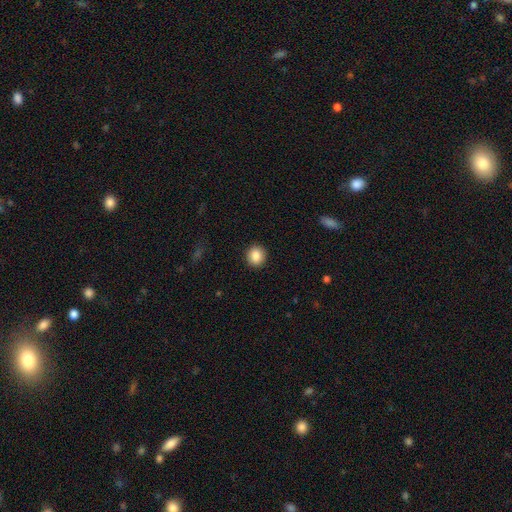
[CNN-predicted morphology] smooth_or_featured: smooth (p=0.87) [alt: star or artifact p=0.08]
how_rounded: round (p=0.87) [alt: in between p=0.12]
merging: none (p=0.92) [alt: minor disturbance p=0.05]